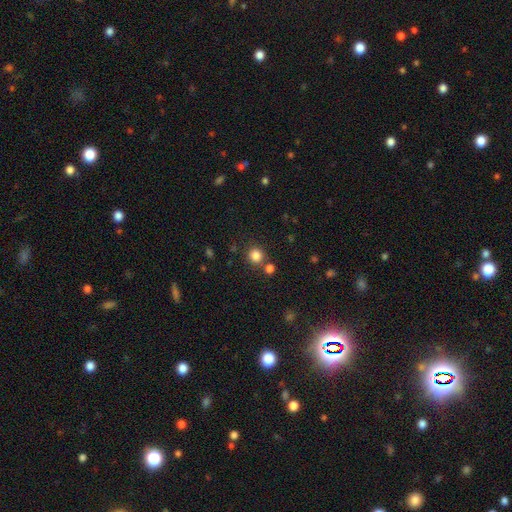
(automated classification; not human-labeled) This is clearly a smooth galaxy (82%). How rounded: clearly round (89%). Merging: likely none (77%).